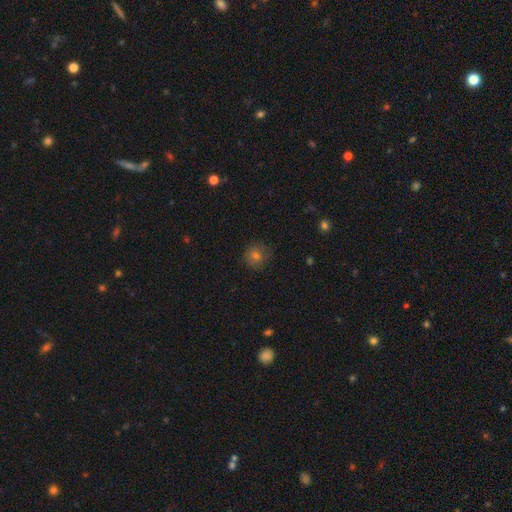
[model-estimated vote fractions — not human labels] smooth_or_featured: smooth (p=0.73) [alt: star or artifact p=0.16]
how_rounded: round (p=0.90) [alt: in between p=0.09]
merging: none (p=0.82) [alt: minor disturbance p=0.13]